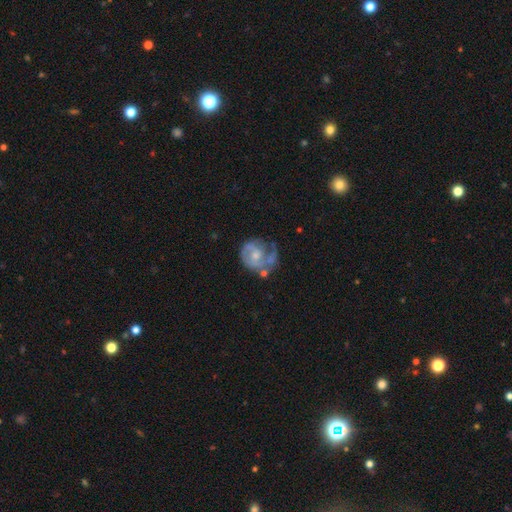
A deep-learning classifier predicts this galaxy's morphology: This appears to be a featured or disk galaxy (80%) with no bar (65%), 2 (49%) tight (45%) spiral arms (91%) and a small central bulge (48%). Merging: none (47%).